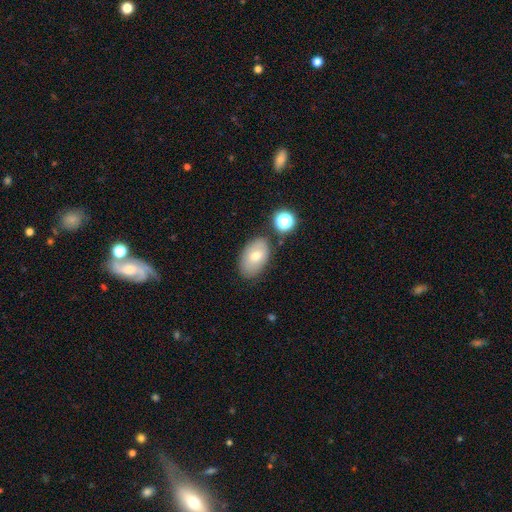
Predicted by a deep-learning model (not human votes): Smooth or featured? smooth (69%)
How rounded? in between (90%)
Merging? none (76%)